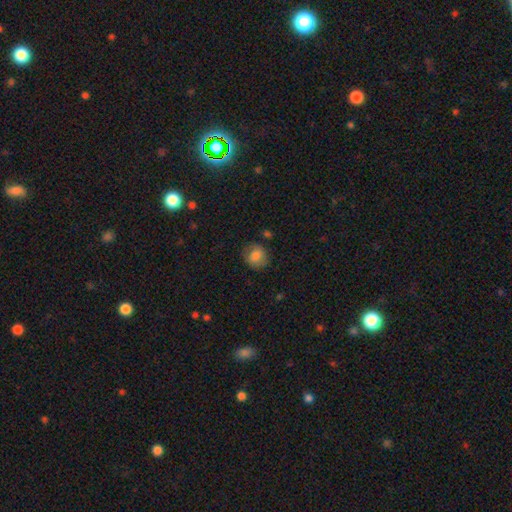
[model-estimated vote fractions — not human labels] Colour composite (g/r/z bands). It shows a smooth galaxy with no disk features (80%) that is round (78%). Merging: none (79%).